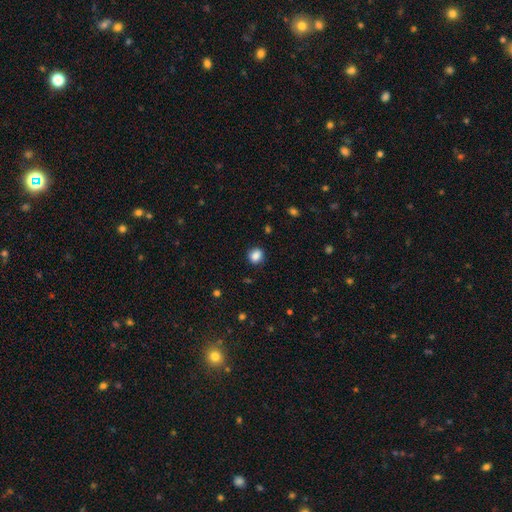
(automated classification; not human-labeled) Q: Smooth or featured?
A: smooth (86%); runner-up: star or artifact (10%)
Q: How rounded?
A: round (68%); runner-up: in between (31%)
Q: Merging?
A: none (87%); runner-up: minor disturbance (9%)